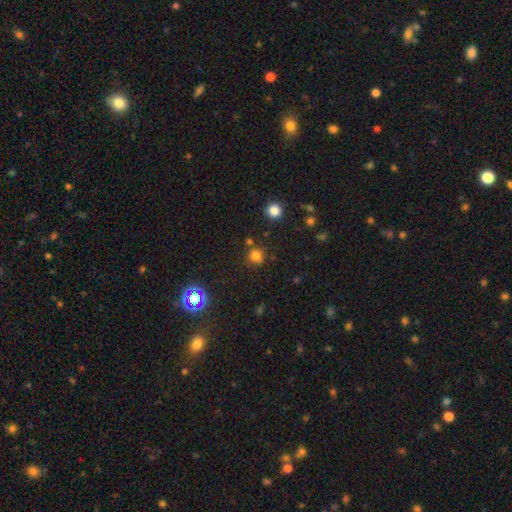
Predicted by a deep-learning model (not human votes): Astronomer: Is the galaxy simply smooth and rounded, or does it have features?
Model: smooth — 75%.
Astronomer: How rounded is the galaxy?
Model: round — 92%.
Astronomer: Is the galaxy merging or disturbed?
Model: none — 79%.